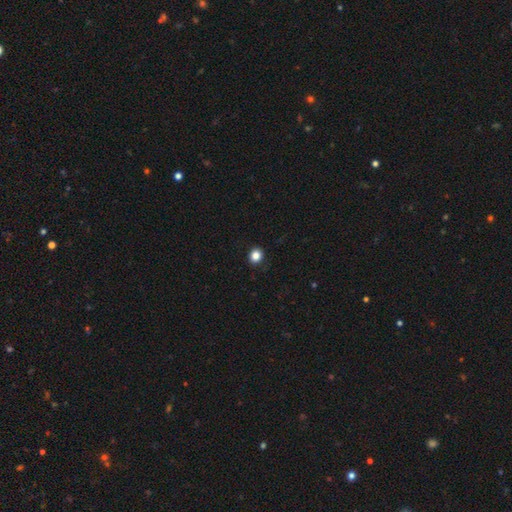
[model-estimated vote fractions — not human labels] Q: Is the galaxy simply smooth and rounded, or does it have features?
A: smooth — 85%.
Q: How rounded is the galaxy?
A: round — 76%.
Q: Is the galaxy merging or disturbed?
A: none — 91%.